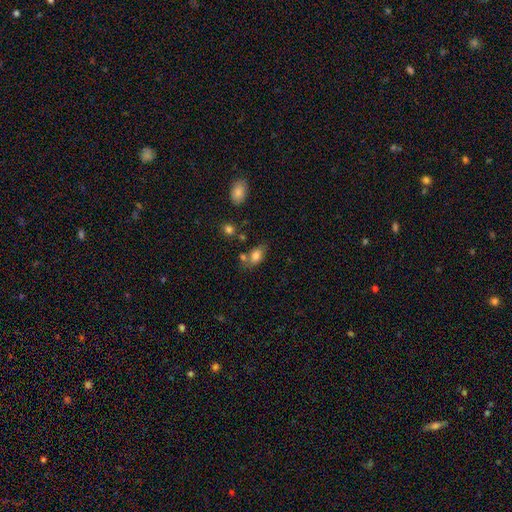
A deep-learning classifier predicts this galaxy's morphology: smooth 79%, featured or disk 12%, star or artifact 9%. Down the decision tree: how rounded — in between (85%); merging — none (58%).